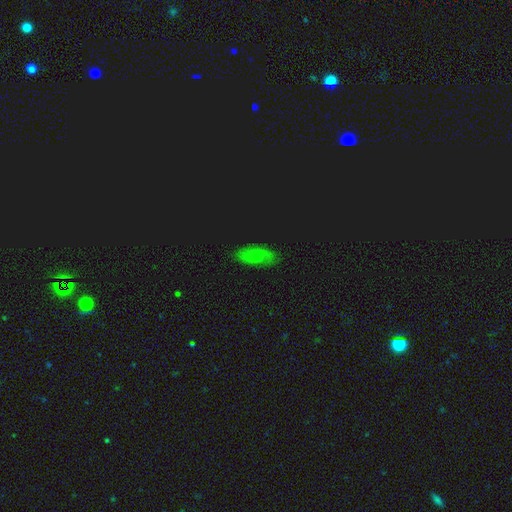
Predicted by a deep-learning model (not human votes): A smooth galaxy with no disk features (40%).

Vote fractions:
- Smooth or featured? smooth: 40% / featured or disk: 36% / star or artifact: 24%
- Merging? none: 80% / minor disturbance: 15% / major disturbance: 4% / merger: 2%